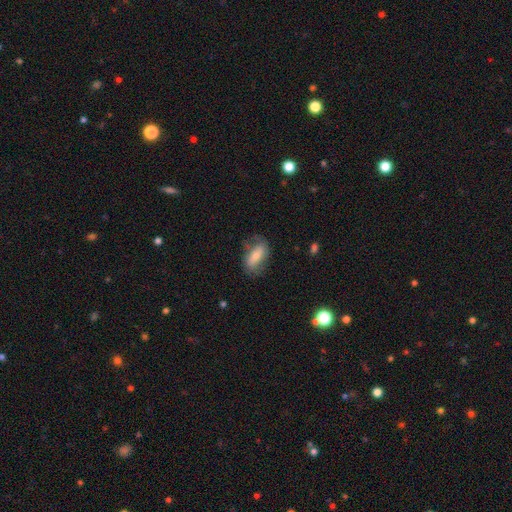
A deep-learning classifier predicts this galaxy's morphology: smooth_or_featured: smooth (p=0.58) [alt: featured or disk p=0.35]
how_rounded: in between (p=0.85) [alt: cigar-shaped p=0.08]
merging: none (p=0.63) [alt: minor disturbance p=0.24]